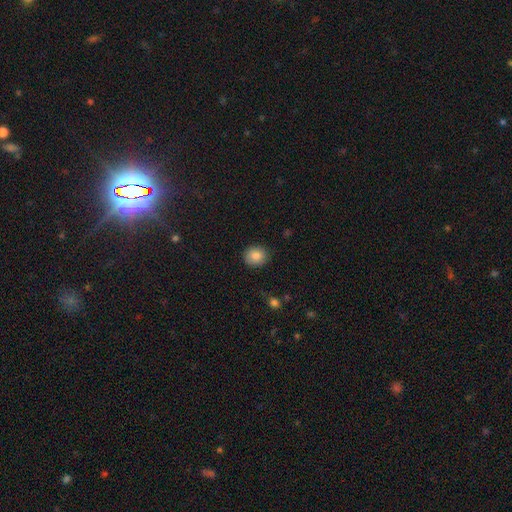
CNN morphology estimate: smooth 85%, star or artifact 9%, featured or disk 6%. Down the decision tree: how rounded — round (75%); merging — none (87%).